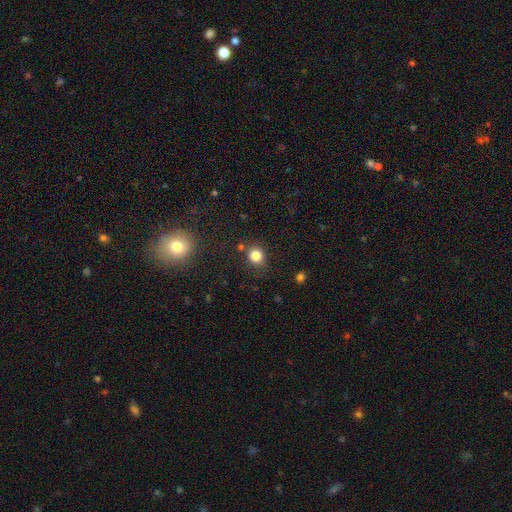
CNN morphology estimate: Overall: smooth (83%). How rounded: round (80%). Merging: none (80%).